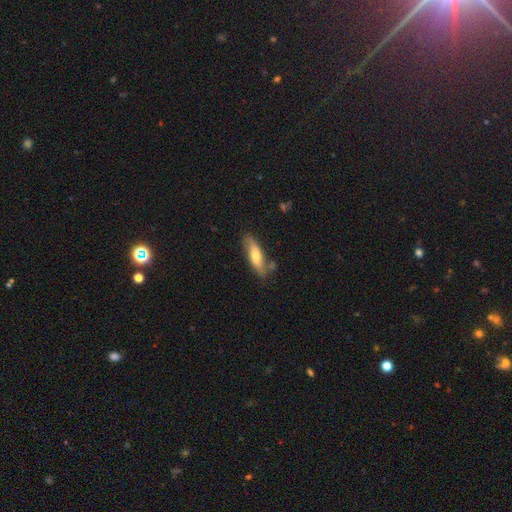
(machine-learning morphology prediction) Overall: smooth (55%; featured or disk 38%). How rounded: cigar-shaped (59%; in between 39%). Merging: none (72%).